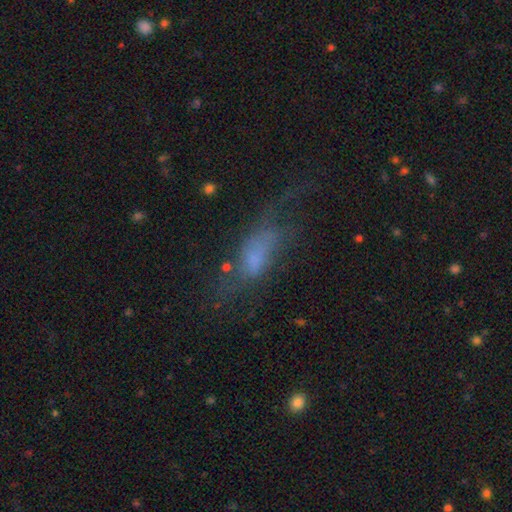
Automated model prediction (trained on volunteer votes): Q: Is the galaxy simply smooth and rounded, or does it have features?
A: smooth — 45%.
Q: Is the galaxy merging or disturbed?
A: none — 39%.